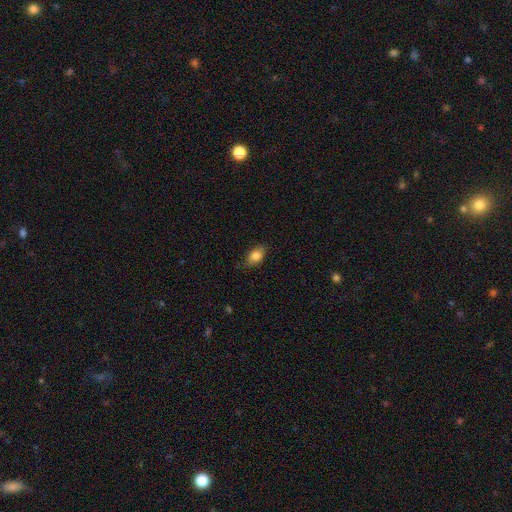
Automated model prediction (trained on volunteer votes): Smooth or featured?
  - smooth: 82% *
  - featured or disk: 9%
  - star or artifact: 8%
How rounded?
  - in between: 85% *
  - round: 12%
  - cigar-shaped: 3%
Merging?
  - none: 78% *
  - minor disturbance: 17%
  - major disturbance: 3%
  - merger: 1%